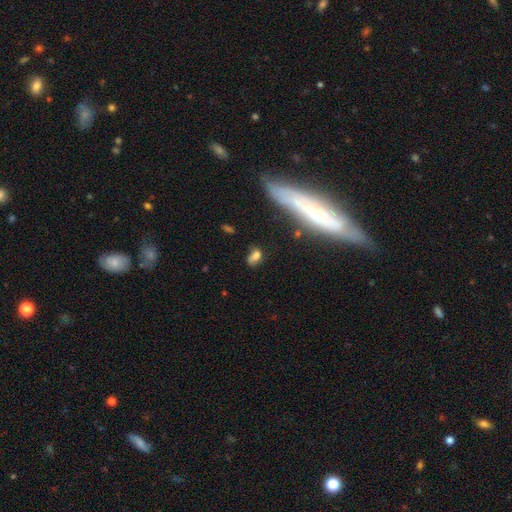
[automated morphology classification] Smooth or featured? smooth (67%)
How rounded? in between (77%)
Merging? none (51%)